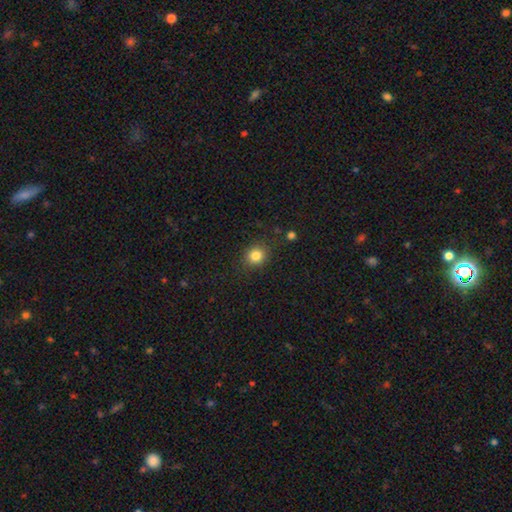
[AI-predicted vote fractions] smooth 84%, star or artifact 11%, featured or disk 5%. Down the decision tree: how rounded — round (79%); merging — none (85%).